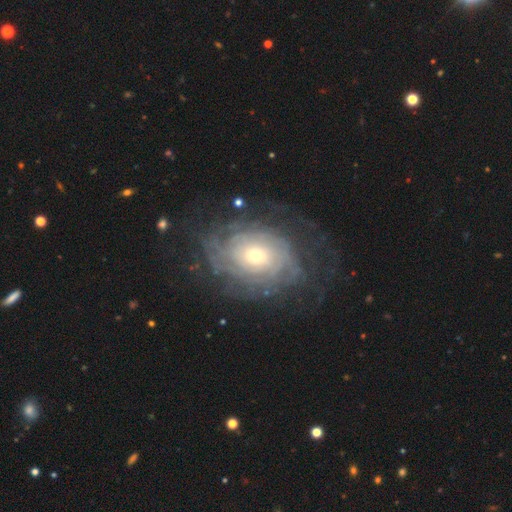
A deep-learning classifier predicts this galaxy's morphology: Smooth or featured? featured or disk (81%)
Edge-on disk? no (96%)
Bar? no (74%)
Spiral arms? yes (92%)
Spiral winding? tight (75%)
Spiral arm count? can't tell (50%)
Bulge size? moderate (53%)
Merging? none (73%)